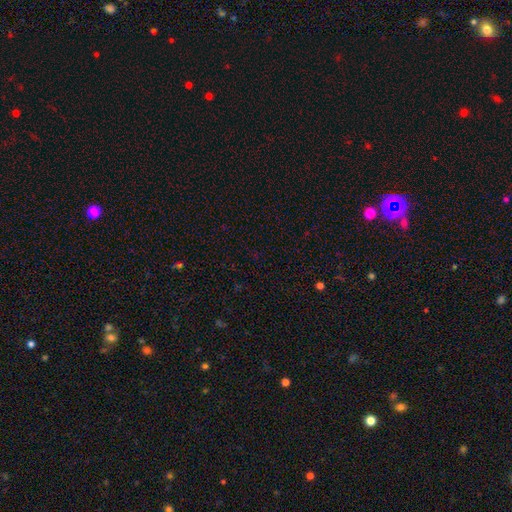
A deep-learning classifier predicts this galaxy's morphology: A star or artifact, not a galaxy (66%).